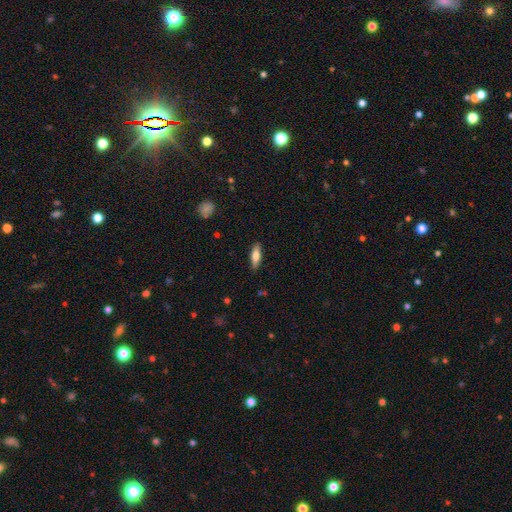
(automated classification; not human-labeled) A smooth galaxy with no disk features (72%) that is in between round and cigar-shaped (52%).

Vote fractions:
- Smooth or featured? smooth: 72% / featured or disk: 22% / star or artifact: 6%
- How rounded? in between: 52% / cigar-shaped: 46% / round: 2%
- Merging? none: 86% / minor disturbance: 11% / major disturbance: 2% / merger: 1%